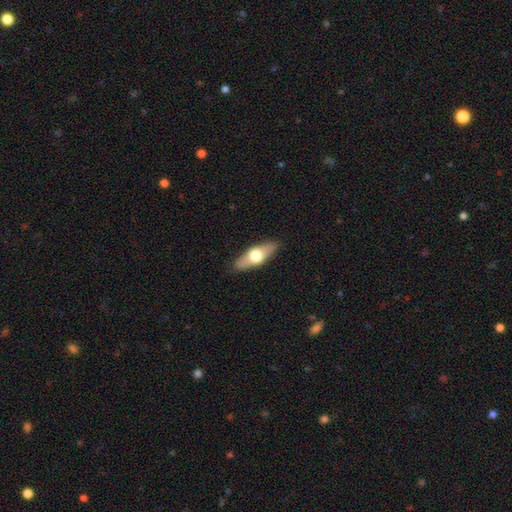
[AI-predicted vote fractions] Smooth or featured?
  - smooth: 52% *
  - featured or disk: 43%
  - star or artifact: 6%
How rounded?
  - in between: 60% *
  - cigar-shaped: 37%
  - round: 4%
Merging?
  - none: 87% *
  - minor disturbance: 9%
  - major disturbance: 2%
  - merger: 1%